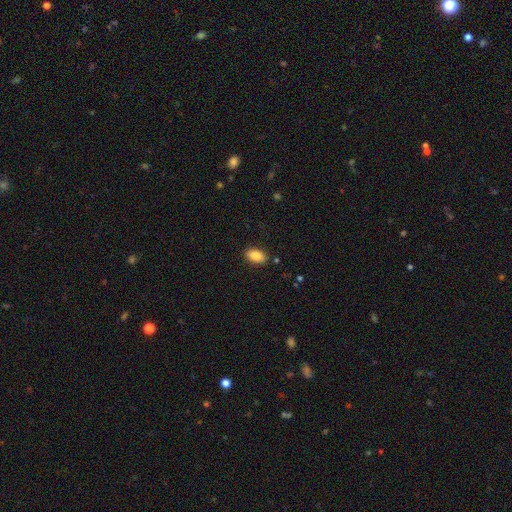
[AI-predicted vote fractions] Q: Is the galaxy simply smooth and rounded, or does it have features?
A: smooth — 87%.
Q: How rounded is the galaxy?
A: in between — 92%.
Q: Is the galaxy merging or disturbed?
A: none — 87%.